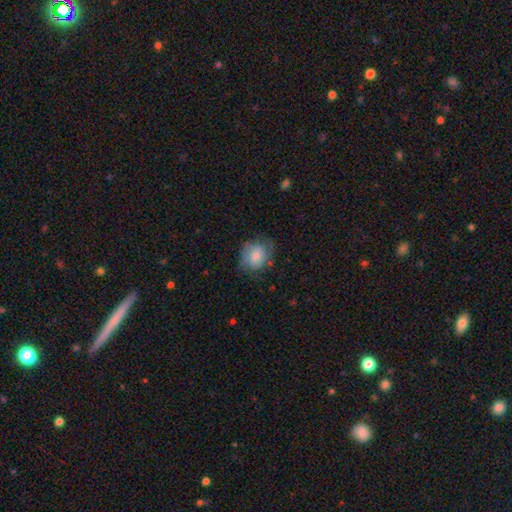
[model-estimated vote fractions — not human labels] smooth-or-featured: smooth: 68% | featured or disk: 24% | star or artifact: 7%
  how-rounded: round: 54% | in between: 45% | cigar-shaped: 1%
  merging: none: 60% | minor disturbance: 27% | major disturbance: 11% | merger: 1%